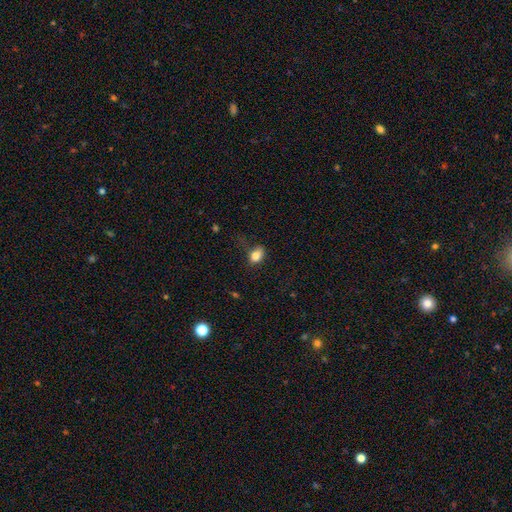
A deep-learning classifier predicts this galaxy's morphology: A smooth galaxy with no disk features (83%) that is in between round and cigar-shaped (71%).

Vote fractions:
- Smooth or featured? smooth: 83% / star or artifact: 10% / featured or disk: 7%
- How rounded? in between: 71% / round: 27% / cigar-shaped: 2%
- Merging? none: 54% / minor disturbance: 30% / major disturbance: 15% / merger: 2%